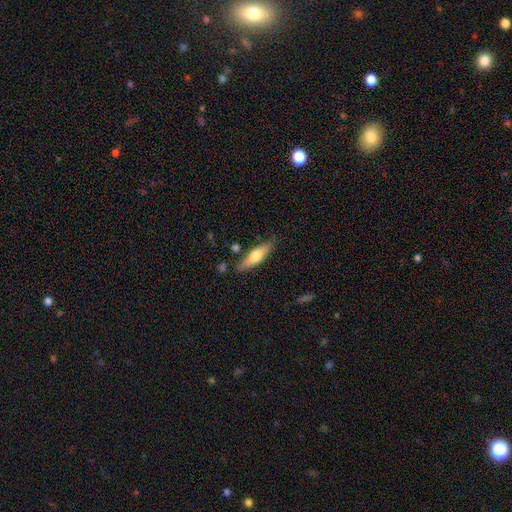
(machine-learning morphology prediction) This appears to be a smooth galaxy with no disk features (56%) that is cigar-shaped (59%). Merging: none (78%).